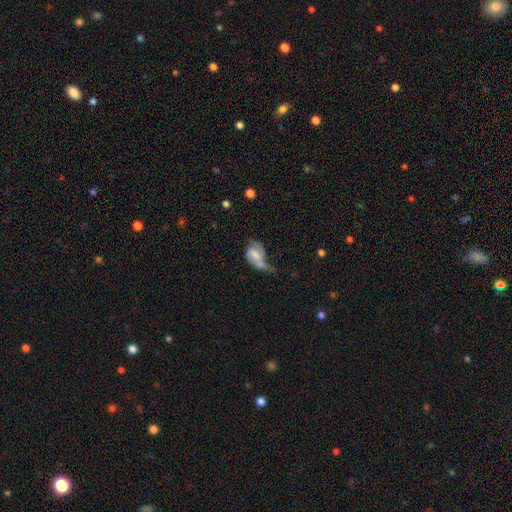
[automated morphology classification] This is possibly a featured or disk galaxy (49%). Merging: marginally merger (30%).